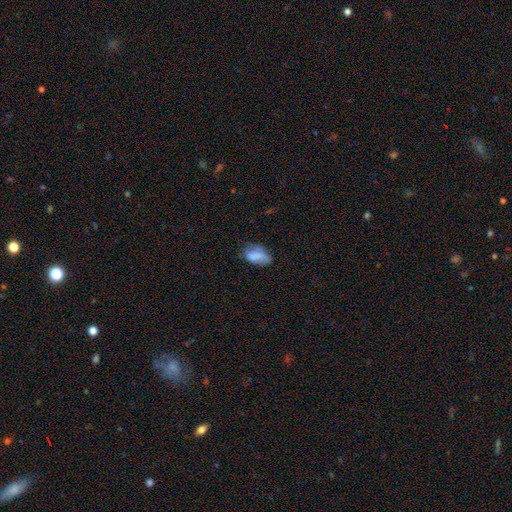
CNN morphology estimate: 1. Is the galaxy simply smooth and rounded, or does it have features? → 74% smooth, 16% featured or disk, 9% star or artifact.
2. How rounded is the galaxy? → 90% in between, 5% round, 4% cigar-shaped.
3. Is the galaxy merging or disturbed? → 45% none, 35% minor disturbance, 17% major disturbance, 3% merger.